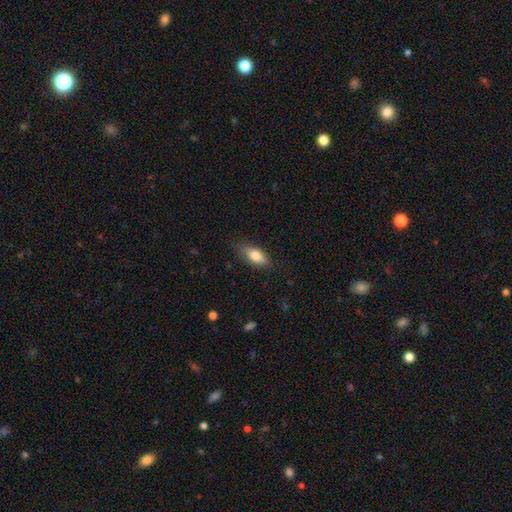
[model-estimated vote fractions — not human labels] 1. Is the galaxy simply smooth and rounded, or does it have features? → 78% smooth, 15% featured or disk, 7% star or artifact.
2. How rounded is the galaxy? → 80% in between, 16% cigar-shaped, 4% round.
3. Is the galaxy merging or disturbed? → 77% none, 18% minor disturbance, 4% major disturbance, 1% merger.